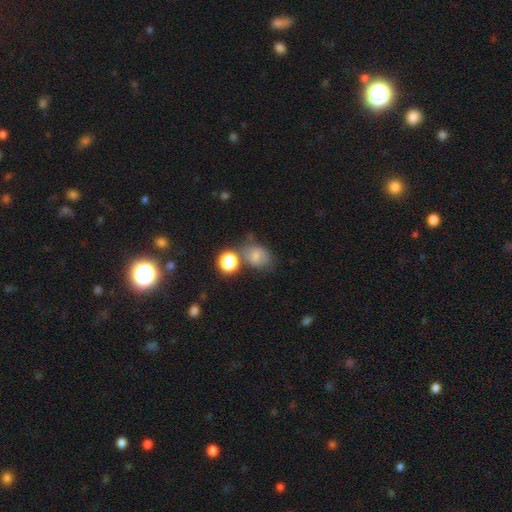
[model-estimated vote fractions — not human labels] Smooth or featured?
  - smooth: 68% *
  - featured or disk: 18%
  - star or artifact: 15%
How rounded?
  - in between: 54% *
  - round: 45%
  - cigar-shaped: 1%
Merging?
  - none: 54% *
  - minor disturbance: 21%
  - merger: 16%
  - major disturbance: 8%